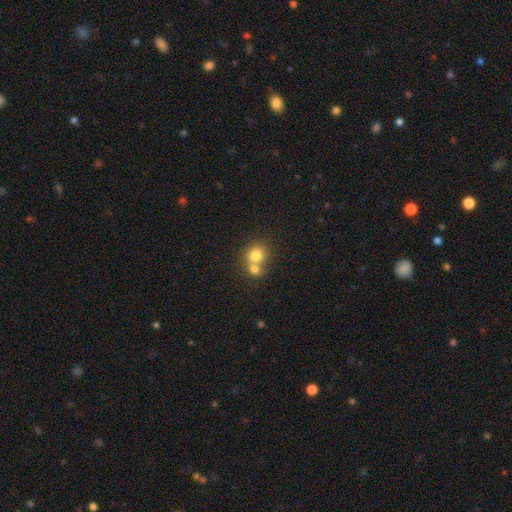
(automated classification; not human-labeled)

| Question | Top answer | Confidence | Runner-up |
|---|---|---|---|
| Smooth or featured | smooth | 78% | featured or disk (12%) |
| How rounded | round | 75% | in between (24%) |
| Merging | merger | 56% | none (35%) |